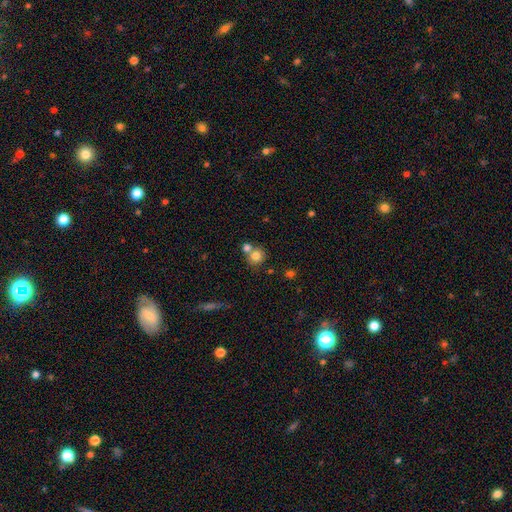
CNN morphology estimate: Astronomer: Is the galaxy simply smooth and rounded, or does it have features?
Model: smooth — 77%.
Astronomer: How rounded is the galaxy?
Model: round — 86%.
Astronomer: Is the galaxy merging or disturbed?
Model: none — 51% (runner-up: merger, 38%).